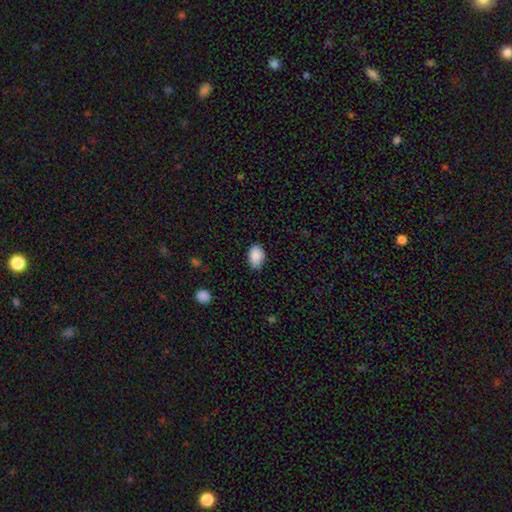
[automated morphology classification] Smooth or featured: smooth — 89% (star or artifact — 7%)
How rounded: in between — 89% (round — 10%)
Merging: none — 81% (minor disturbance — 16%)